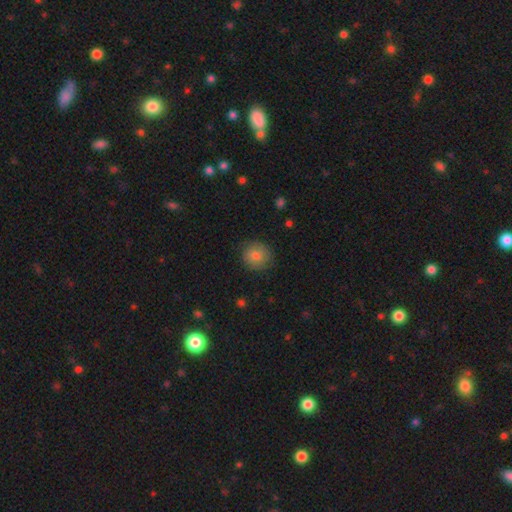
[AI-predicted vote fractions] smooth_or_featured: smooth (p=0.80) [alt: featured or disk p=0.12]
how_rounded: round (p=0.89) [alt: in between p=0.10]
merging: none (p=0.84) [alt: minor disturbance p=0.12]